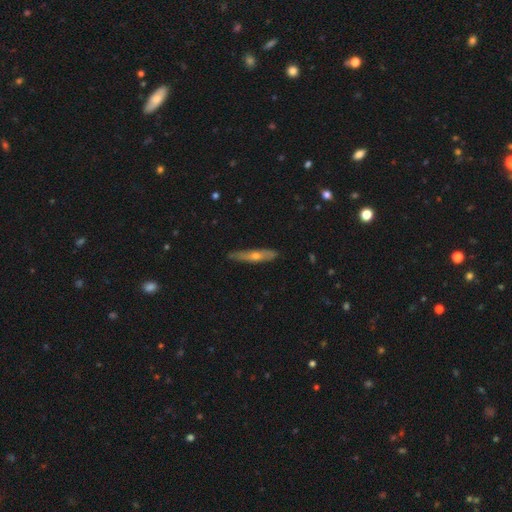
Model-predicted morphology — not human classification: Q: Smooth or featured?
A: featured or disk (54%); runner-up: smooth (40%)
Q: Edge-on disk?
A: yes (83%); runner-up: no (17%)
Q: Merging?
A: none (83%); runner-up: minor disturbance (13%)